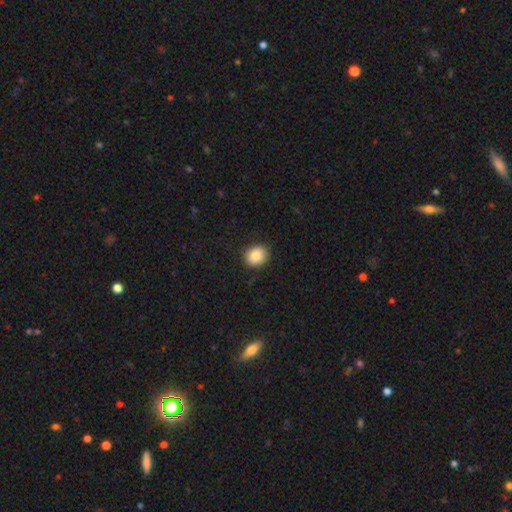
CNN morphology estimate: The model was most divided on "how rounded": round: 67%, in between: 32%, cigar-shaped: 1%. More confident: merging — none (88%); smooth or featured — smooth (87%).